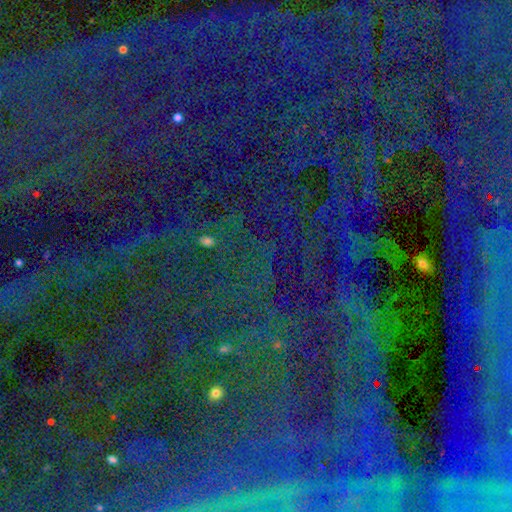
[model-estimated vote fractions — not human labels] This appears to be a star or artifact, not a galaxy (84%).